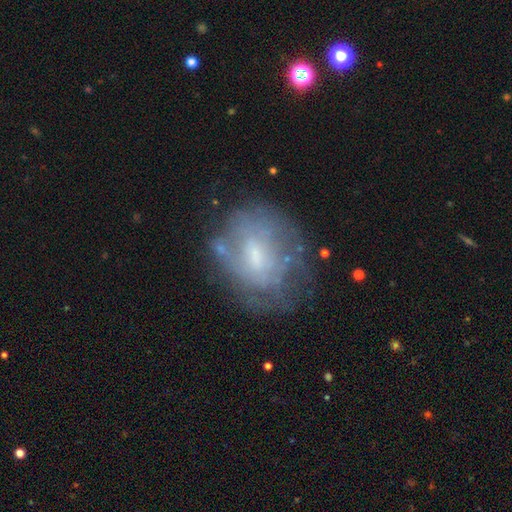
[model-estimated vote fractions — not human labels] smooth-or-featured: featured or disk: 54% | smooth: 35% | star or artifact: 10%
  disk-edge-on: no: 96% | yes: 4%
    bar: no: 46% | weak: 44% | strong: 10%
    has-spiral-arms: no: 57% | yes: 43%
    bulge-size: small: 43% | moderate: 36% | none: 15% | large: 5% | dominant: 1%
  merging: none: 59% | minor disturbance: 23% | major disturbance: 14% | merger: 4%